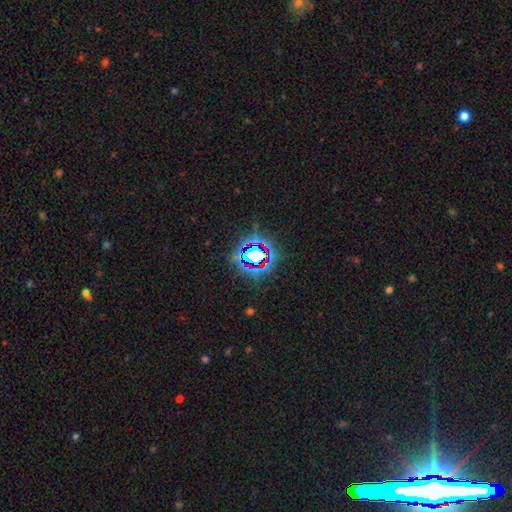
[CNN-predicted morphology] smooth-or-featured: star or artifact: 73% | smooth: 15% | featured or disk: 12%